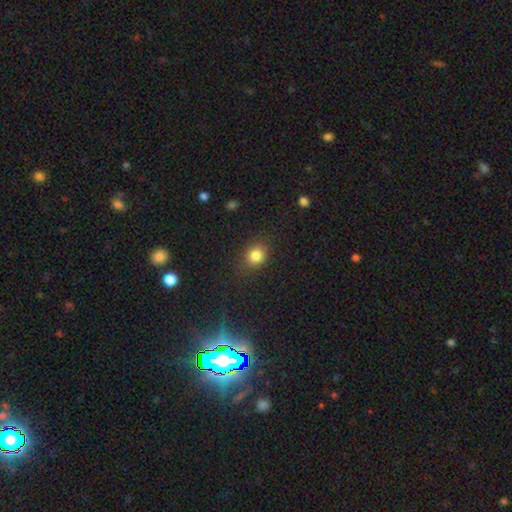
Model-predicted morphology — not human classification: Smooth or featured? Predicted: smooth (p=0.83). How rounded? Predicted: round (p=0.64). Merging? Predicted: none (p=0.81).